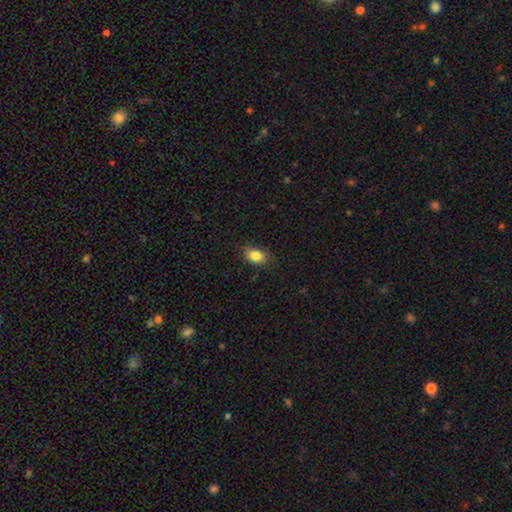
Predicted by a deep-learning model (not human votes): Morphology: type=smooth (85%); roundness=in between (80%); merging=none (83%).